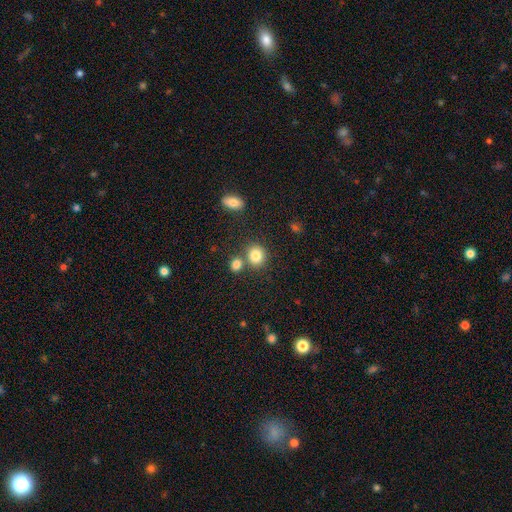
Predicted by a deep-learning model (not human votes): A smooth galaxy with no disk features (83%) that is round (73%). Merging: none (65%).